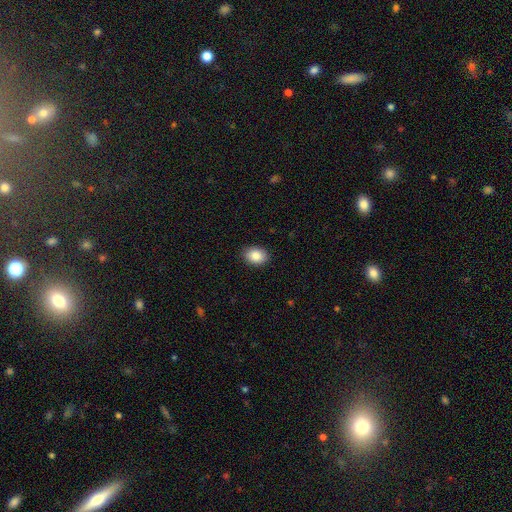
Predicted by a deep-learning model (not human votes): A smooth galaxy with no disk features (87%) that is in between round and cigar-shaped (74%). Merging: none (88%).